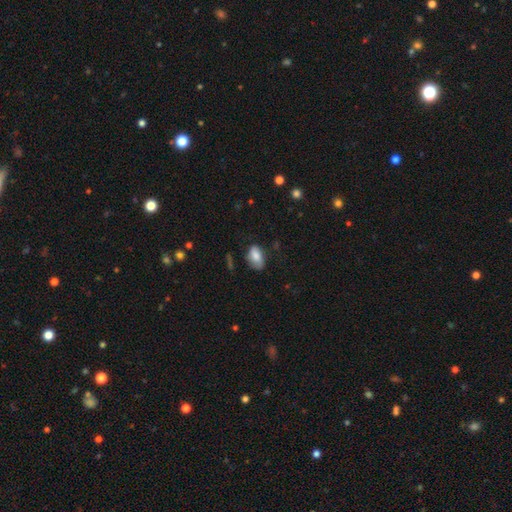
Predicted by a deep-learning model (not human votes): Smooth or featured? smooth (79%)
How rounded? in between (91%)
Merging? none (58%)